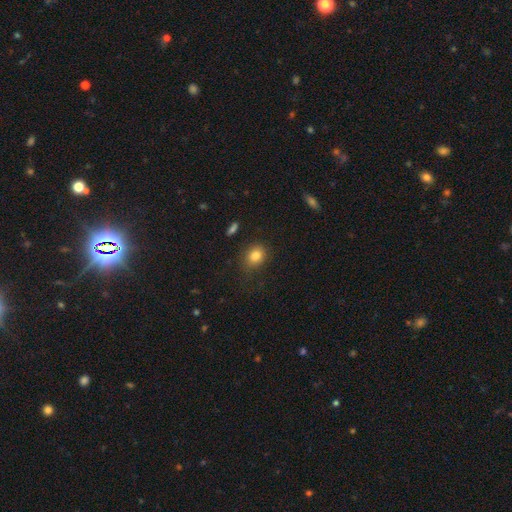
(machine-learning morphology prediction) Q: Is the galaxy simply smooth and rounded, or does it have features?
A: smooth — 83%.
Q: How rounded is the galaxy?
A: round — 51%.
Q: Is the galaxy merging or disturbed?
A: none — 76%.